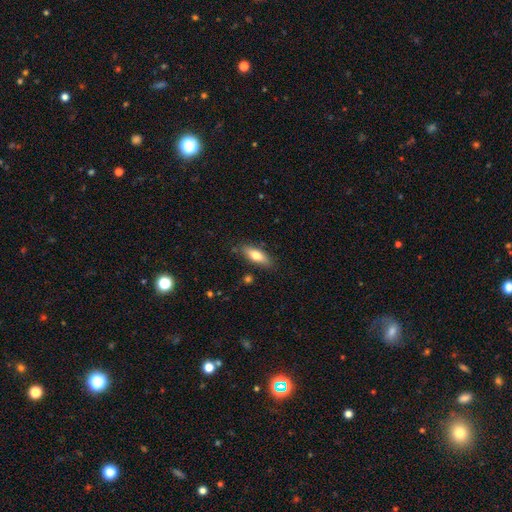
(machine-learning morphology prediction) Overall: smooth (70%). How rounded: in between (61%; cigar-shaped 36%). Merging: none (81%).